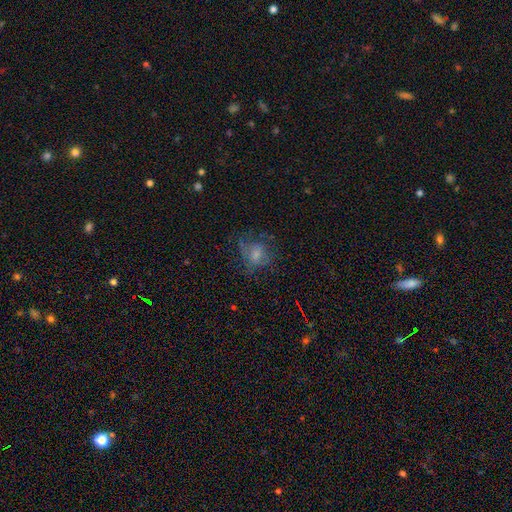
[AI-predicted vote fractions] The model was most divided on "smooth or featured": smooth: 50%, featured or disk: 33%, star or artifact: 16%. Remaining: how rounded — round (59%); merging — none (49%).